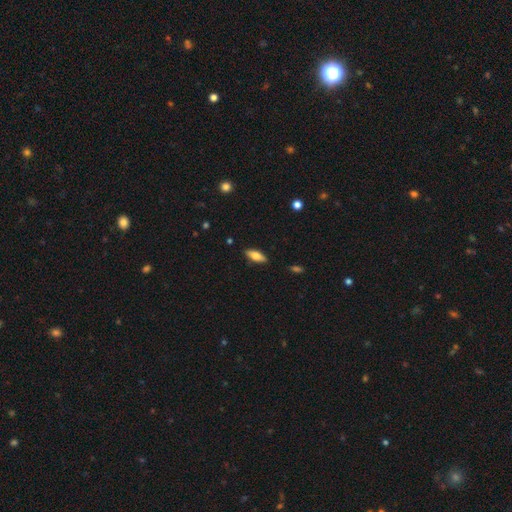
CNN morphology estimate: Smooth or featured? Predicted: smooth (p=0.73). How rounded? Predicted: in between (p=0.76). Merging? Predicted: none (p=0.88).